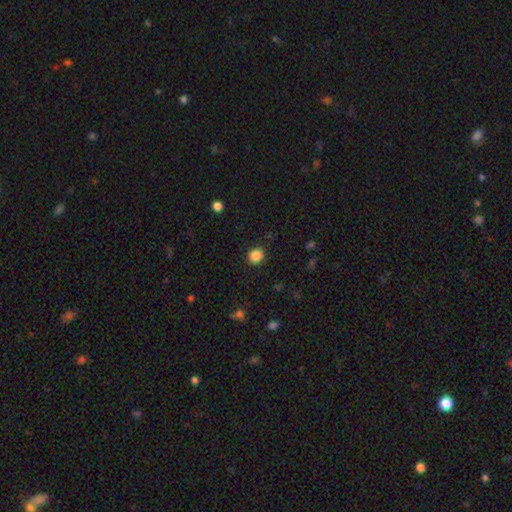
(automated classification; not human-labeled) smooth-or-featured: smooth: 86% | star or artifact: 10% | featured or disk: 4%
  how-rounded: round: 74% | in between: 25% | cigar-shaped: 1%
  merging: none: 90% | minor disturbance: 7% | major disturbance: 2% | merger: 1%